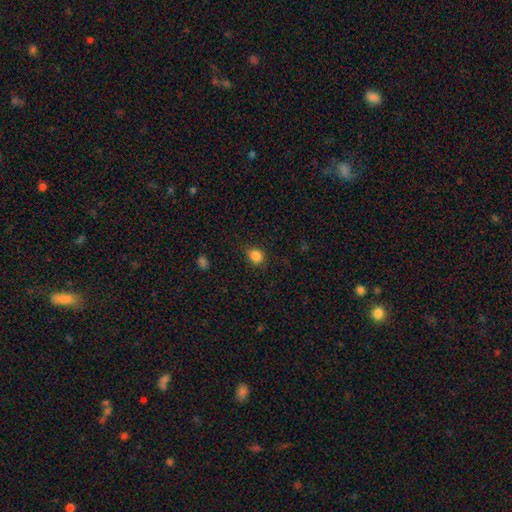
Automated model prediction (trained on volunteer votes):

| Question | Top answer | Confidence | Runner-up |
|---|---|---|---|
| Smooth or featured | smooth | 86% | star or artifact (11%) |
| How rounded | round | 64% | in between (35%) |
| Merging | none | 83% | minor disturbance (13%) |